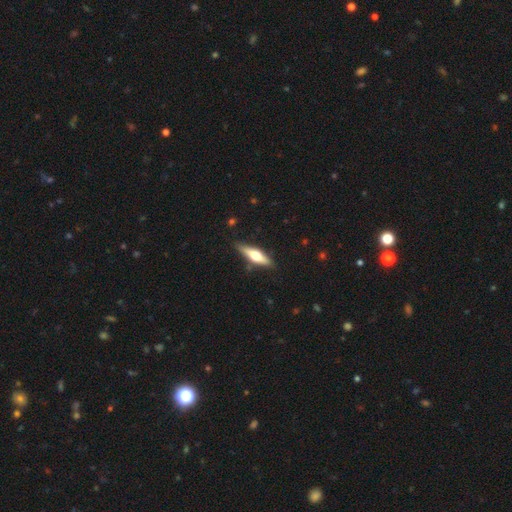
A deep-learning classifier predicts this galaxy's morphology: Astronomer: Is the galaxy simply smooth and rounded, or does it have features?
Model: featured or disk — 52% (runner-up: smooth, 43%).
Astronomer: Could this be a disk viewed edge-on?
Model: yes — 93%.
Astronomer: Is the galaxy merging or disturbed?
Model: none — 85%.